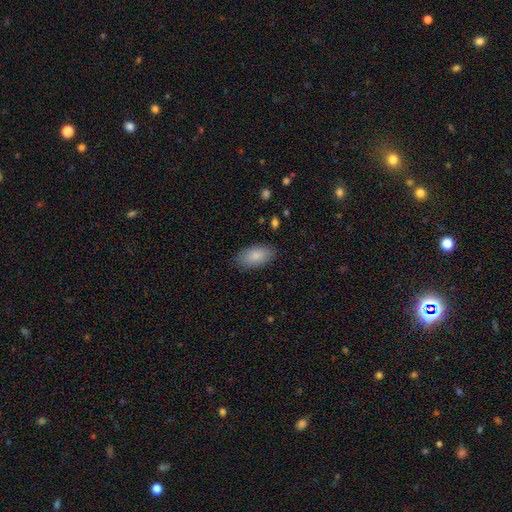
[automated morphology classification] Smooth or featured? smooth (85%)
How rounded? in between (94%)
Merging? none (85%)